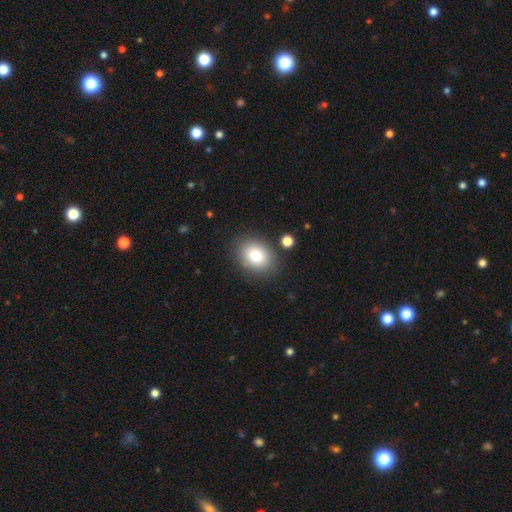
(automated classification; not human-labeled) This appears to be a smooth galaxy with no disk features (83%) that is in between round and cigar-shaped (61%). Merging: none (83%).